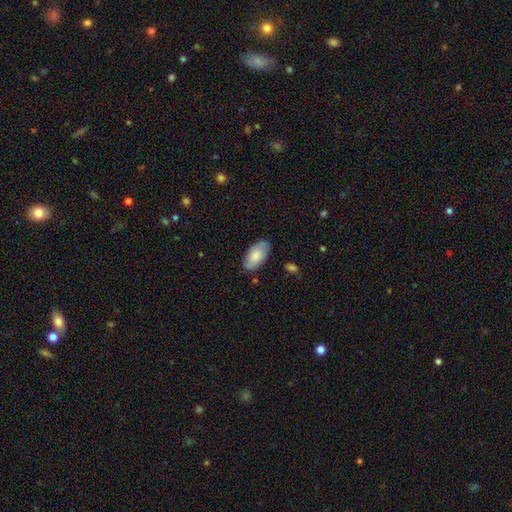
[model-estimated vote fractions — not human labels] smooth 78%, featured or disk 16%, star or artifact 6%. Down the decision tree: how rounded — in between (95%); merging — none (78%).